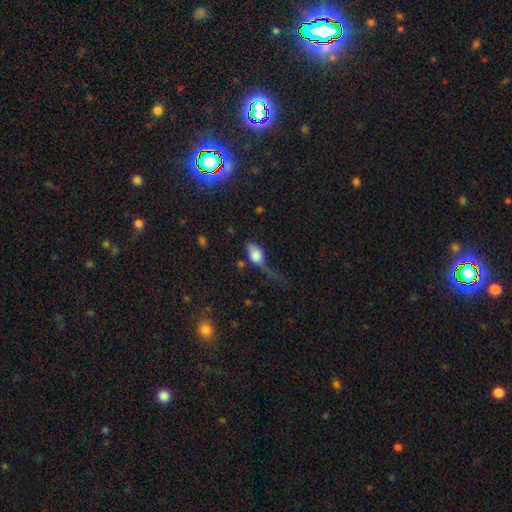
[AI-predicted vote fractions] A smooth galaxy with no disk features (71%) that is in between round and cigar-shaped (82%).

Vote fractions:
- Smooth or featured? smooth: 71% / featured or disk: 20% / star or artifact: 9%
- How rounded? in between: 82% / round: 12% / cigar-shaped: 6%
- Merging? major disturbance: 45% / minor disturbance: 26% / none: 22% / merger: 6%